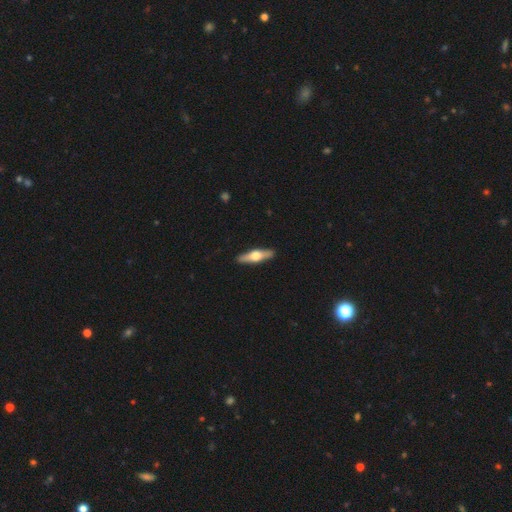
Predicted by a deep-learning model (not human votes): Smooth or featured?
  - featured or disk: 57% *
  - smooth: 38%
  - star or artifact: 5%
Edge-on disk?
  - yes: 92% *
  - no: 8%
Edge-on bulge?
  - rounded: 95% *
  - boxy: 3%
  - none: 2%
Merging?
  - none: 91% *
  - minor disturbance: 6%
  - major disturbance: 1%
  - merger: 1%